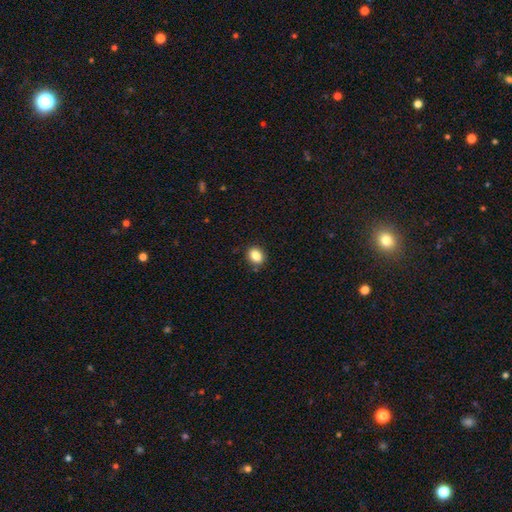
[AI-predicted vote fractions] Overall: smooth (86%). How rounded: in between (55%; round 44%). Merging: none (87%).